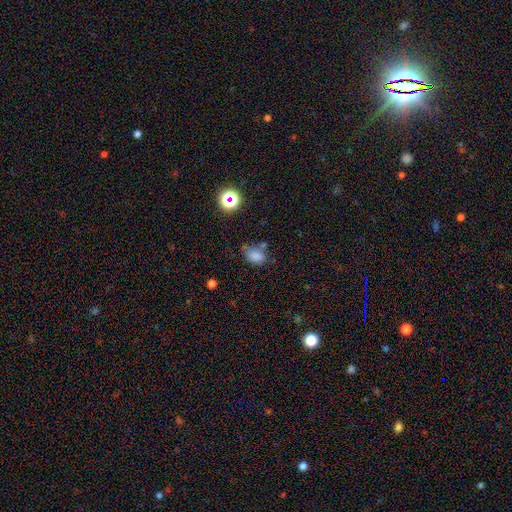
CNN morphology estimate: A smooth galaxy with no disk features (76%) that is in between round and cigar-shaped (74%). Merging: none (57%).